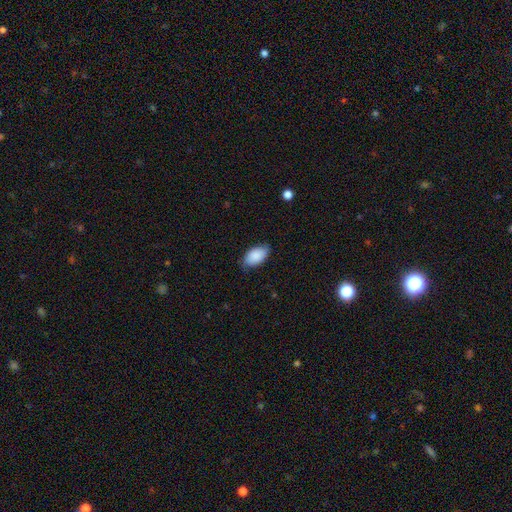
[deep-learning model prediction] smooth_or_featured: smooth (p=0.88) [alt: featured or disk p=0.06]
how_rounded: in between (p=0.94) [alt: round p=0.04]
merging: none (p=0.76) [alt: minor disturbance p=0.20]